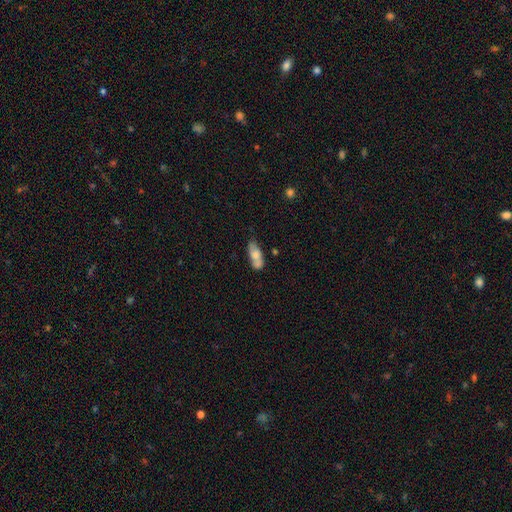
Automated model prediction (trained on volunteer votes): Overall: smooth (69%). How rounded: in between (74%). Merging: none (55%; minor disturbance 26%).